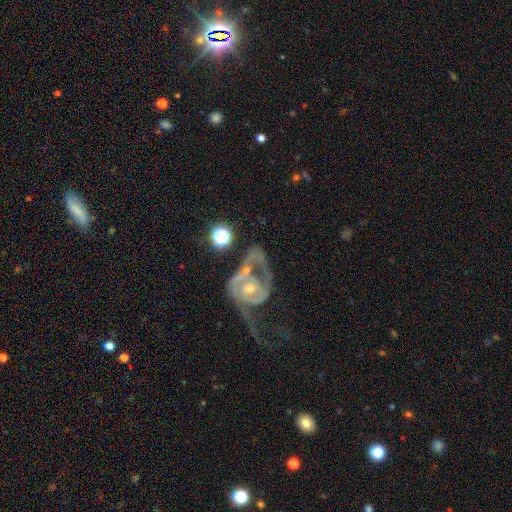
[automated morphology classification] Q: Smooth or featured?
A: featured or disk (79%); runner-up: smooth (13%)
Q: Edge-on disk?
A: no (96%); runner-up: yes (4%)
Q: Bar?
A: no (68%); runner-up: weak (23%)
Q: Spiral arms?
A: yes (76%); runner-up: no (24%)
Q: Spiral winding?
A: medium (38%); runner-up: loose (35%)
Q: Spiral arm count?
A: 2 (54%); runner-up: 1 (19%)
Q: Bulge size?
A: small (47%); runner-up: moderate (45%)
Q: Merging?
A: major disturbance (39%); runner-up: merger (28%)